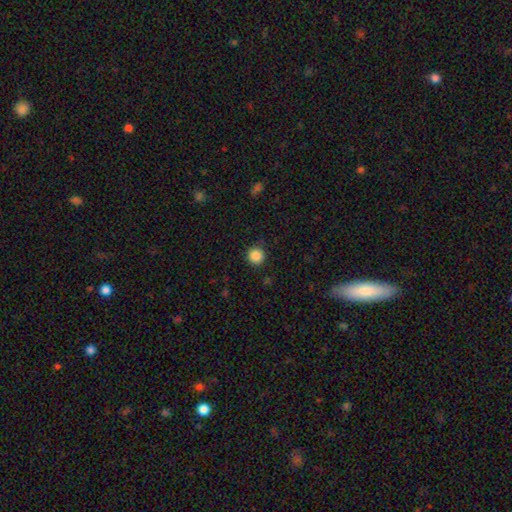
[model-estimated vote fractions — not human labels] Smooth or featured? smooth (87%)
How rounded? round (94%)
Merging? none (88%)